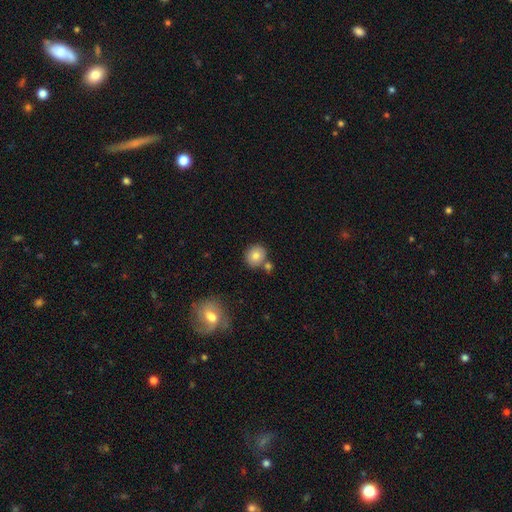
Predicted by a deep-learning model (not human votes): Q: Smooth or featured?
A: smooth (80%); runner-up: featured or disk (11%)
Q: How rounded?
A: round (82%); runner-up: in between (17%)
Q: Merging?
A: none (73%); runner-up: merger (15%)